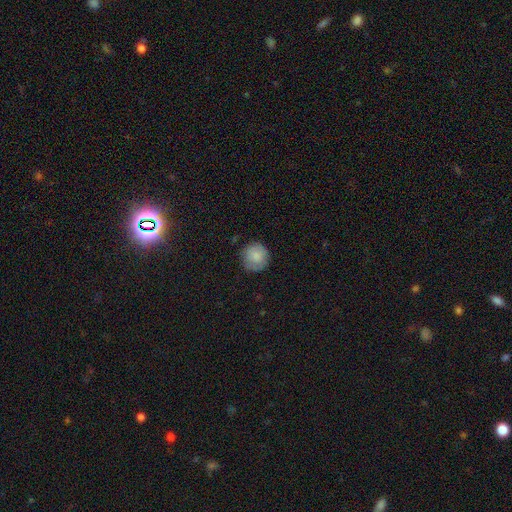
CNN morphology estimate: Smooth or featured?
  - smooth: 83% *
  - featured or disk: 10%
  - star or artifact: 7%
How rounded?
  - round: 93% *
  - in between: 6%
  - cigar-shaped: 1%
Merging?
  - none: 81% *
  - minor disturbance: 15%
  - major disturbance: 4%
  - merger: 1%